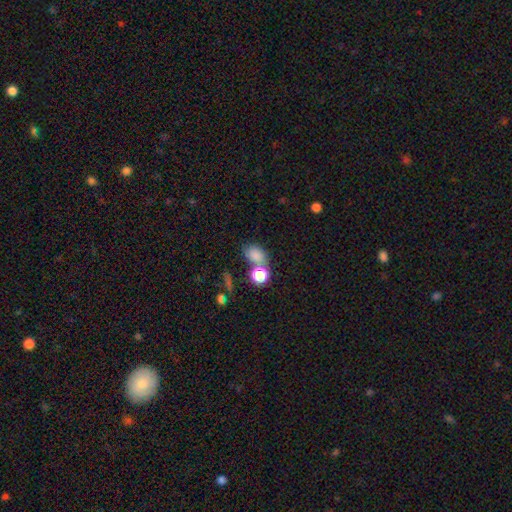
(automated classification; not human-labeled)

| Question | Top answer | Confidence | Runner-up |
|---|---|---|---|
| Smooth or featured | smooth | 75% | star or artifact (18%) |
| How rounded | in between | 61% | round (38%) |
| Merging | none | 54% | merger (26%) |